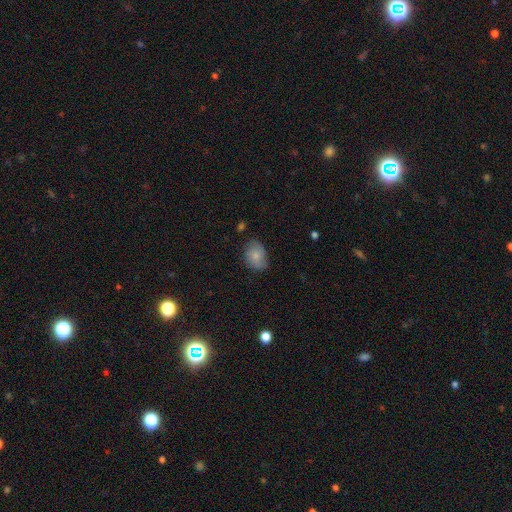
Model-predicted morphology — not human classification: Smooth or featured: smooth — 74% (featured or disk — 19%)
How rounded: in between — 70% (round — 29%)
Merging: none — 67% (minor disturbance — 26%)